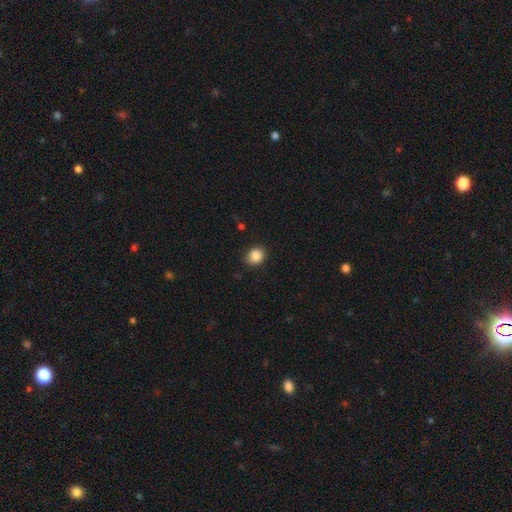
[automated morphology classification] Smooth or featured? smooth (85%)
How rounded? round (60%)
Merging? none (82%)